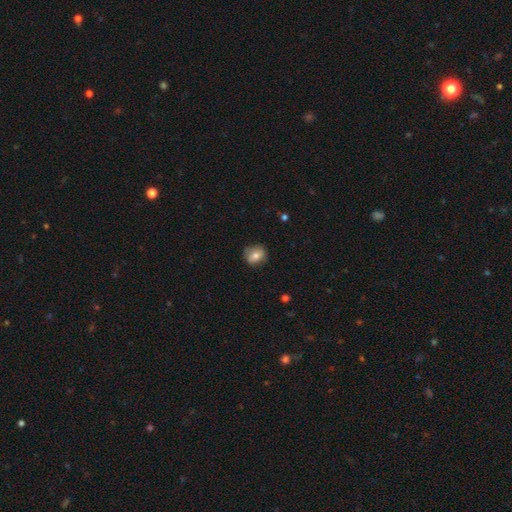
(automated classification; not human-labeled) smooth_or_featured: smooth (p=0.72) [alt: featured or disk p=0.19]
how_rounded: round (p=0.67) [alt: in between p=0.32]
merging: none (p=0.76) [alt: minor disturbance p=0.19]